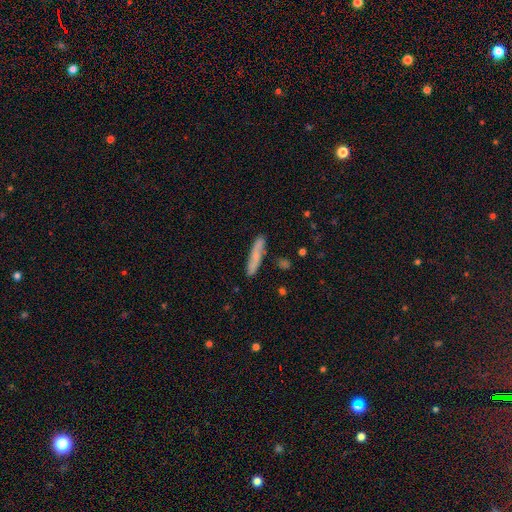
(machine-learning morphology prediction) Smooth or featured? Predicted: smooth (p=0.62). How rounded? Predicted: cigar-shaped (p=0.90). Merging? Predicted: none (p=0.80).